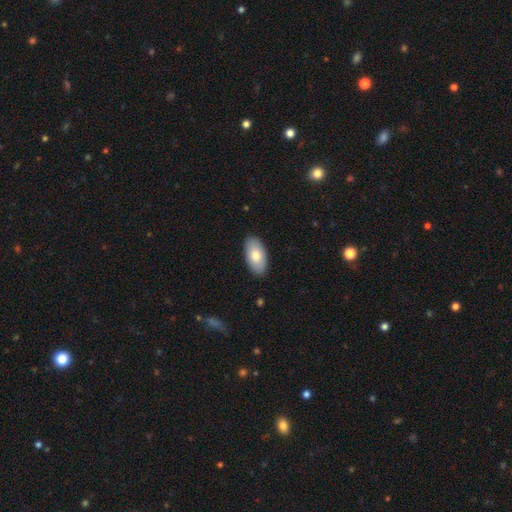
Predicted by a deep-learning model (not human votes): Smooth or featured? Predicted: smooth (p=0.77). How rounded? Predicted: in between (p=0.95). Merging? Predicted: none (p=0.89).